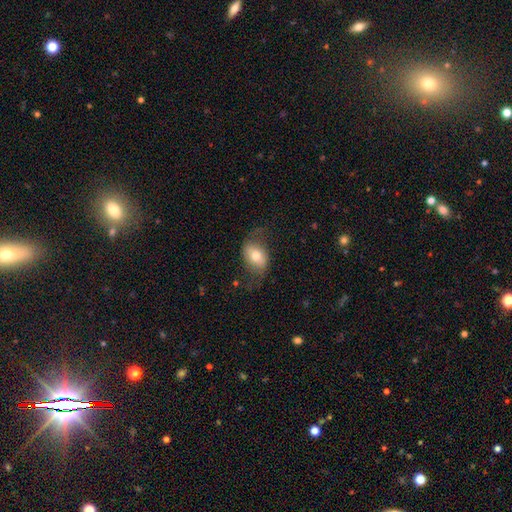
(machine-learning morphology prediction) type=smooth (58%); roundness=in between (77%); merging=none (60%).